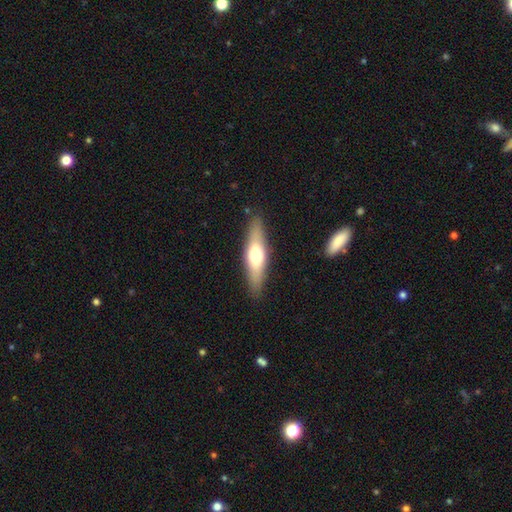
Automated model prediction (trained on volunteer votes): A smooth galaxy with no disk features (50%).

Vote fractions:
- Smooth or featured? smooth: 50% / featured or disk: 44% / star or artifact: 6%
- Merging? none: 88% / minor disturbance: 9% / major disturbance: 2% / merger: 1%